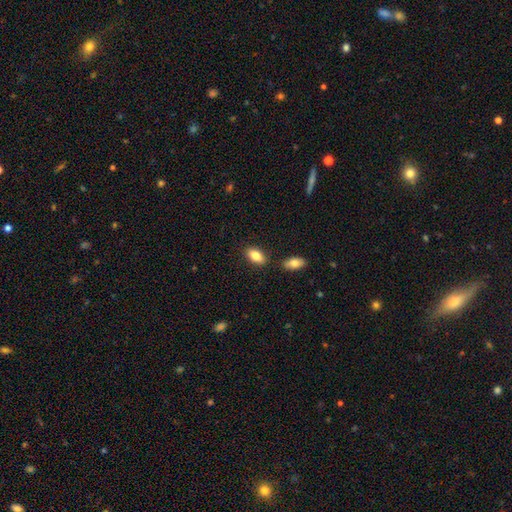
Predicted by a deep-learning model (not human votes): A smooth galaxy with no disk features (83%) that is in between round and cigar-shaped (91%).

Vote fractions:
- Smooth or featured? smooth: 83% / featured or disk: 11% / star or artifact: 7%
- How rounded? in between: 91% / cigar-shaped: 5% / round: 4%
- Merging? none: 81% / minor disturbance: 10% / merger: 7% / major disturbance: 2%